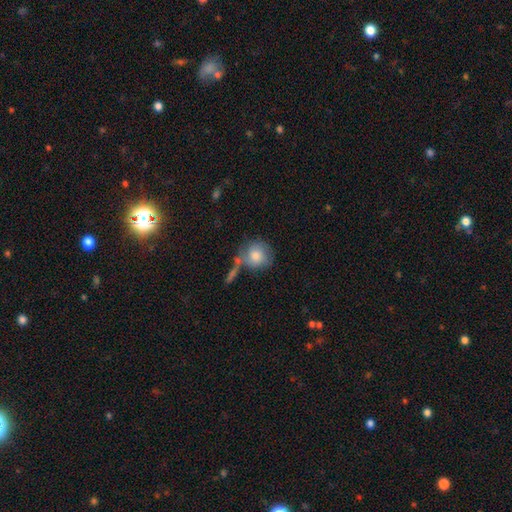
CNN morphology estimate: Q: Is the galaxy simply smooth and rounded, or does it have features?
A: smooth — 79%.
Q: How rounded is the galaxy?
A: round — 87%.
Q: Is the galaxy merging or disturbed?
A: none — 54%.